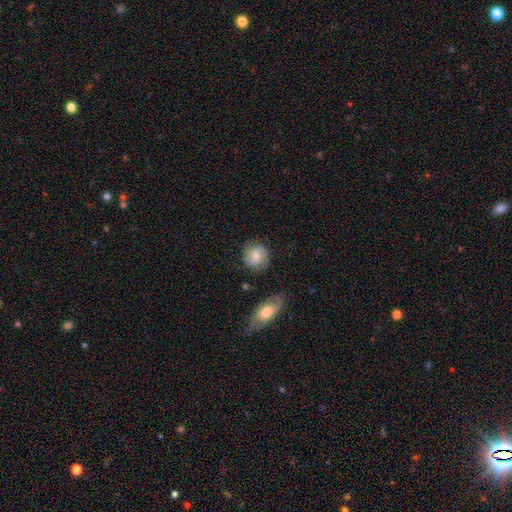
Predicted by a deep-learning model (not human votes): smooth-or-featured: smooth: 51% | featured or disk: 42% | star or artifact: 8%
  how-rounded: round: 83% | in between: 15% | cigar-shaped: 1%
  merging: none: 80% | minor disturbance: 14% | major disturbance: 4% | merger: 3%